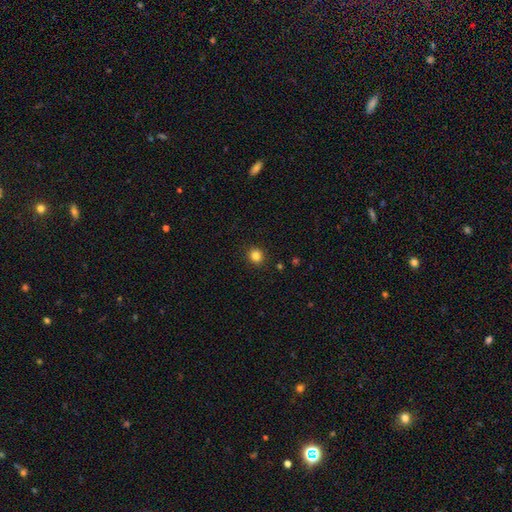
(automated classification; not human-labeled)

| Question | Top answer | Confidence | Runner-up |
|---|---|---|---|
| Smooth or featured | smooth | 83% | star or artifact (12%) |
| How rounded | round | 84% | in between (15%) |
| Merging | none | 91% | minor disturbance (6%) |